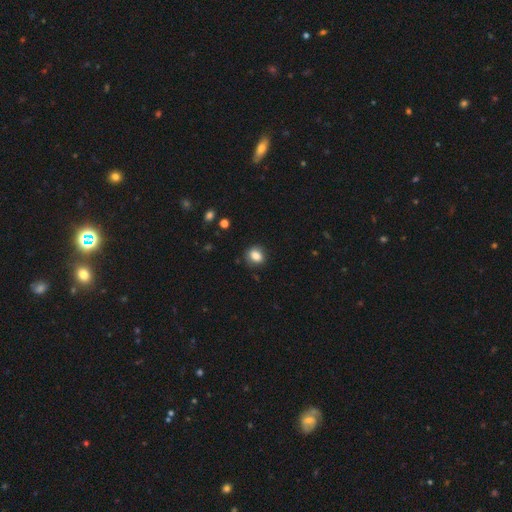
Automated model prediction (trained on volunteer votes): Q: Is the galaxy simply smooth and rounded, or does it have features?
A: smooth — 85%.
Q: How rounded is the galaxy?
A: round — 53%.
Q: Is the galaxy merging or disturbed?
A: none — 83%.